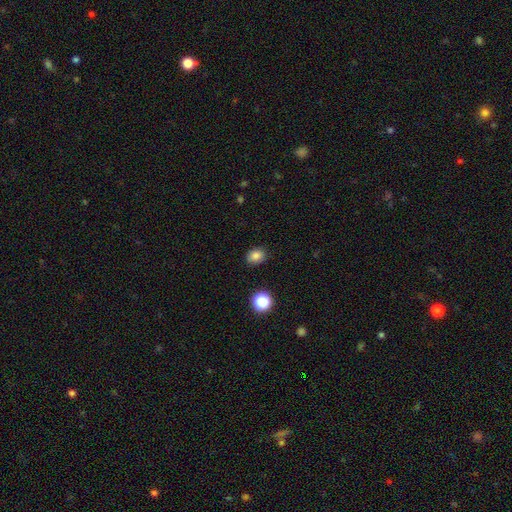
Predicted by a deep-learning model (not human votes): Q: Smooth or featured?
A: smooth (82%); runner-up: star or artifact (12%)
Q: How rounded?
A: in between (50%); runner-up: round (49%)
Q: Merging?
A: none (88%); runner-up: minor disturbance (9%)